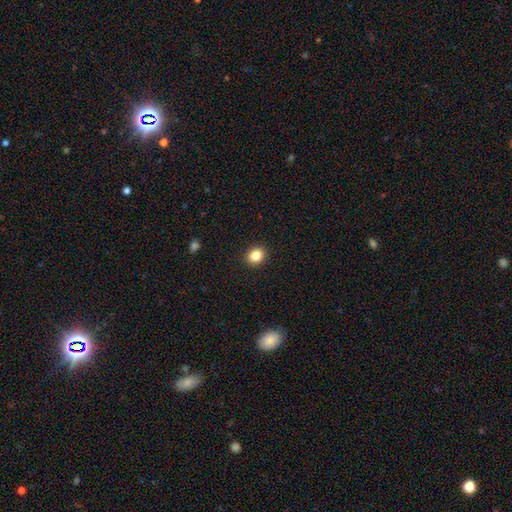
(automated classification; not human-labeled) Smooth or featured?
  - smooth: 84% *
  - star or artifact: 11%
  - featured or disk: 5%
How rounded?
  - round: 64% *
  - in between: 35%
  - cigar-shaped: 1%
Merging?
  - none: 91% *
  - minor disturbance: 6%
  - major disturbance: 2%
  - merger: 1%